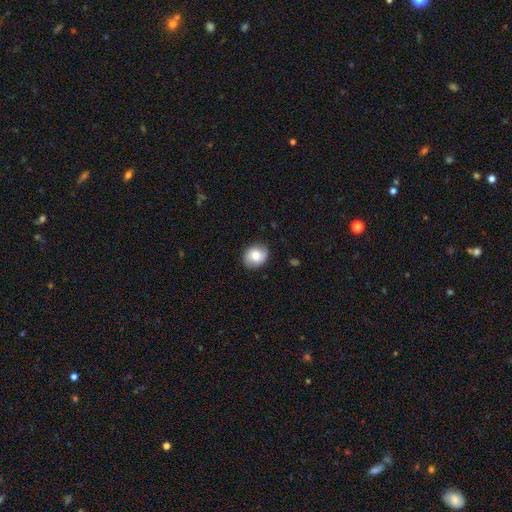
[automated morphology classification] Smooth or featured: smooth — 72% (featured or disk — 20%)
How rounded: round — 53% (in between — 46%)
Merging: none — 84% (minor disturbance — 12%)